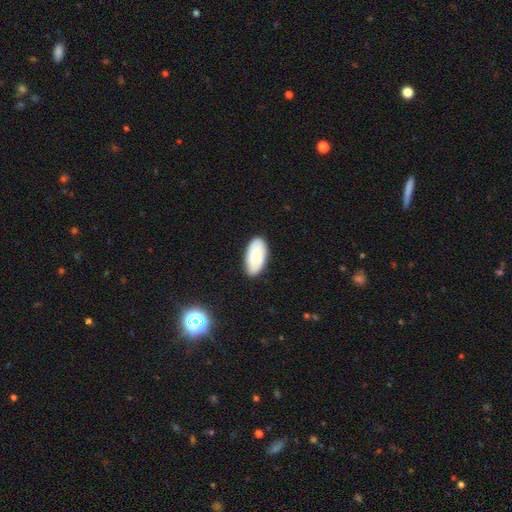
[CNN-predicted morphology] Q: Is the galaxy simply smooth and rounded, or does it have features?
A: smooth — 83%.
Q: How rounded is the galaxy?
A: in between — 94%.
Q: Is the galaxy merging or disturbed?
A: none — 86%.